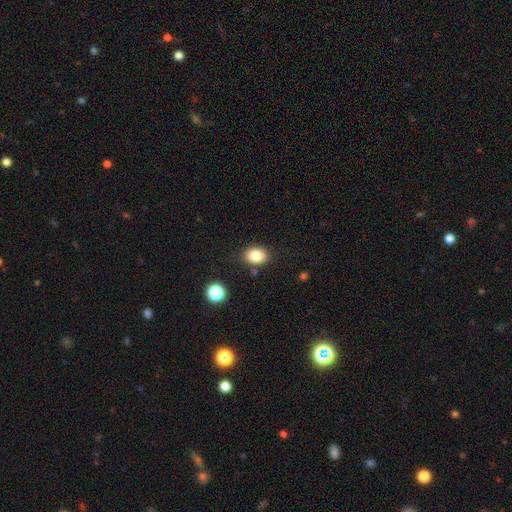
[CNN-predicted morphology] Q: Smooth or featured?
A: smooth (84%); runner-up: star or artifact (10%)
Q: How rounded?
A: in between (71%); runner-up: round (28%)
Q: Merging?
A: none (83%); runner-up: minor disturbance (11%)